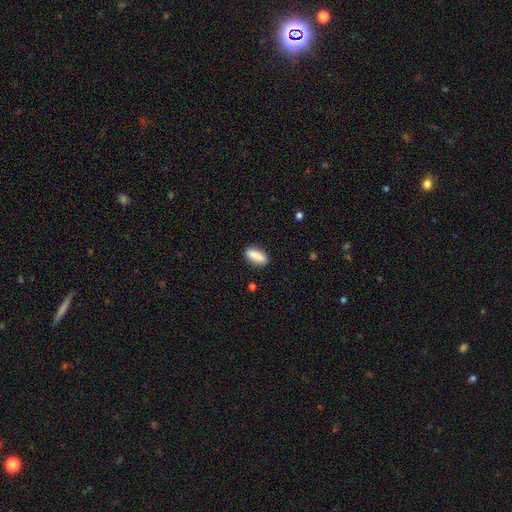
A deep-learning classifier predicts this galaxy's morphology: Smooth or featured? smooth (89%)
How rounded? in between (82%)
Merging? none (86%)